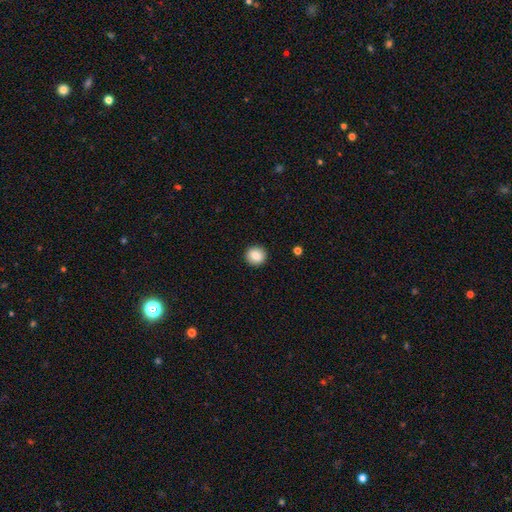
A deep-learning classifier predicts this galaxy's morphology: Smooth or featured: smooth — 87% (star or artifact — 8%)
How rounded: round — 87% (in between — 12%)
Merging: none — 91% (minor disturbance — 6%)